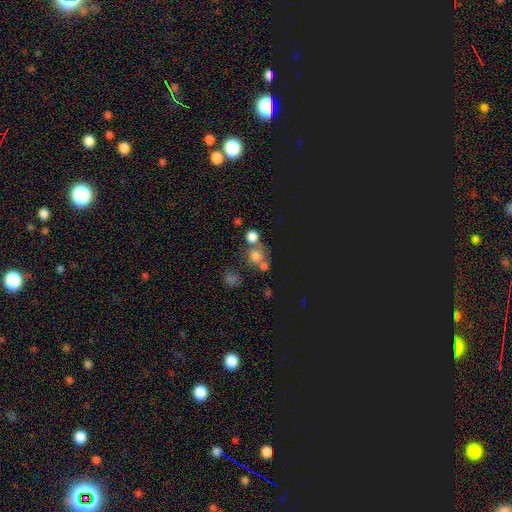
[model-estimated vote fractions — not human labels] Smooth or featured: smooth — 67% (star or artifact — 22%)
How rounded: round — 85% (in between — 14%)
Merging: none — 50% (merger — 35%)